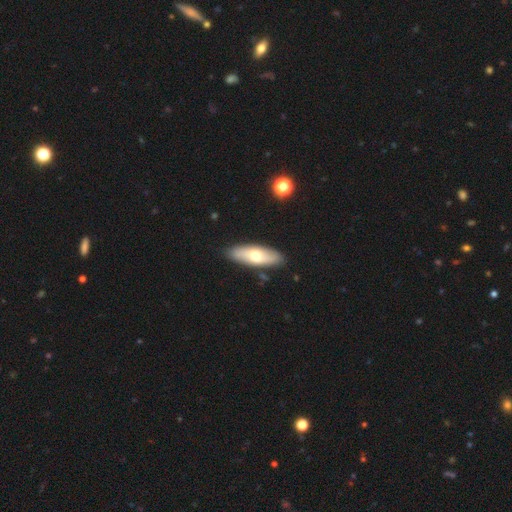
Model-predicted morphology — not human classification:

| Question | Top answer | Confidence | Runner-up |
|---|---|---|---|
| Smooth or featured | smooth | 54% | featured or disk (40%) |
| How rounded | in between | 67% | cigar-shaped (31%) |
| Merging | none | 87% | minor disturbance (10%) |